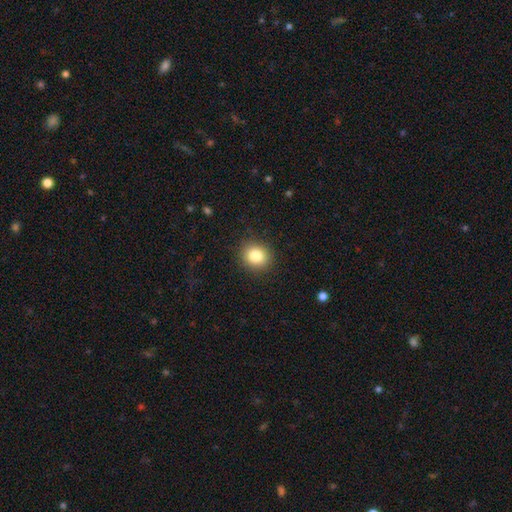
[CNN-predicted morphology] Smooth or featured? smooth (85%)
How rounded? round (77%)
Merging? none (89%)